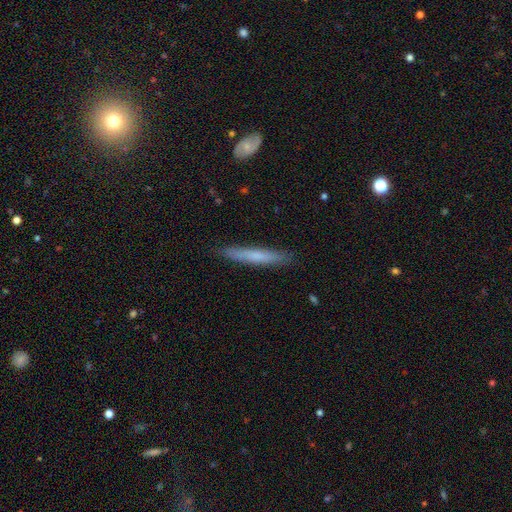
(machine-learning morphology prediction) smooth 61%, featured or disk 33%, star or artifact 6%. Down the decision tree: how rounded — cigar-shaped (95%); merging — none (89%).